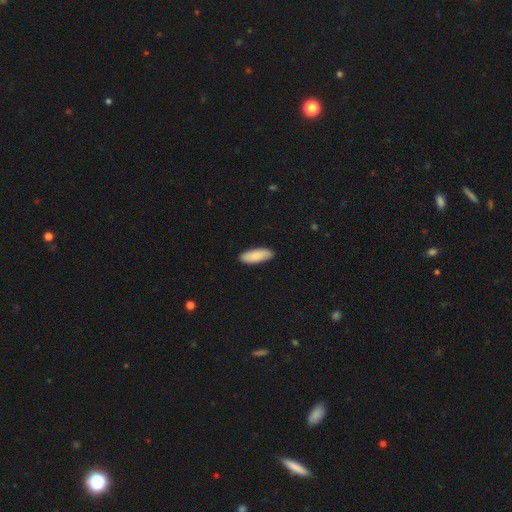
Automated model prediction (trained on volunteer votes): smooth 87%, featured or disk 8%, star or artifact 5%. Down the decision tree: how rounded — in between (66%); merging — none (89%).